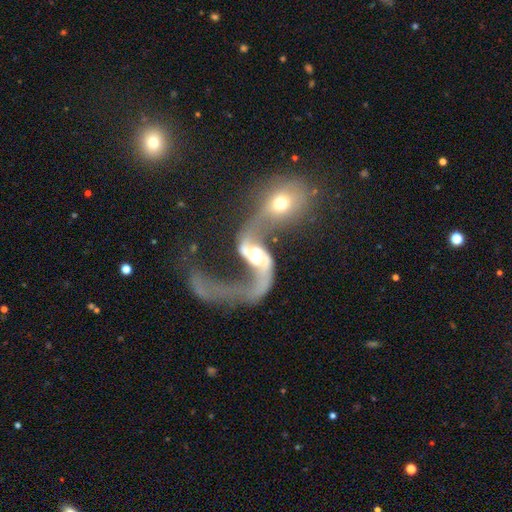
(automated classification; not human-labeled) featured or disk 83%, smooth 10%, star or artifact 7%. Down the decision tree: edge-on disk — no (95%); bar — weak (38%); spiral arms — yes (92%); spiral arm count — 2 (87%); spiral winding — loose (87%); bulge size — moderate (55%); merging — merger (70%).